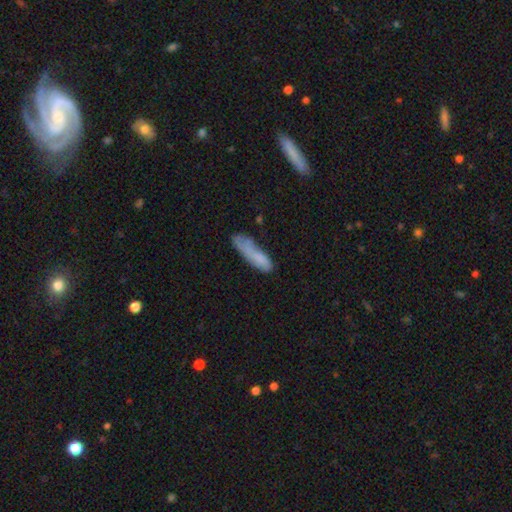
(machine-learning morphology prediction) type=smooth (71%); roundness=cigar-shaped (68%); merging=none (43%).